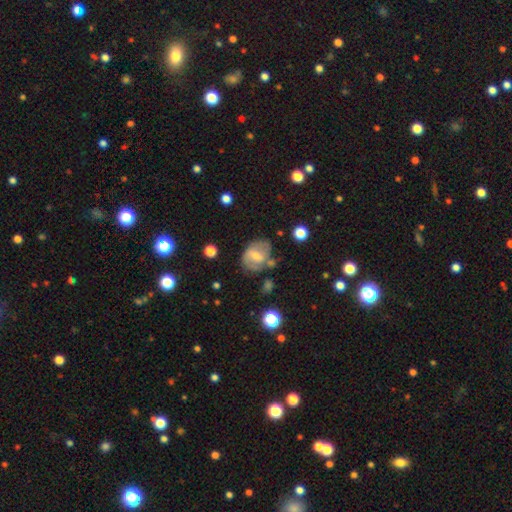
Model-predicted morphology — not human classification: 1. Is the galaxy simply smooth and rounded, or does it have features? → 57% featured or disk, 34% smooth, 9% star or artifact.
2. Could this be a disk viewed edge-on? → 96% no, 4% yes.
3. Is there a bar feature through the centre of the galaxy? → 49% weak, 28% no, 23% strong.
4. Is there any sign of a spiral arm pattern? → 71% yes, 29% no.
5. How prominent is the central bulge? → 49% moderate, 45% small, 3% none, 3% large, 1% dominant.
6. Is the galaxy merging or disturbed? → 59% none, 23% minor disturbance, 10% major disturbance, 7% merger.